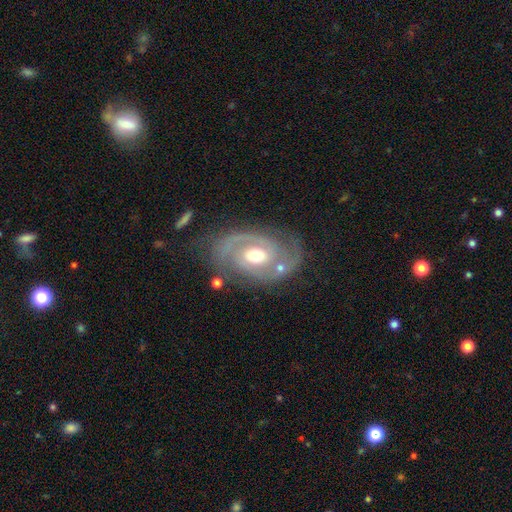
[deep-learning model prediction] Morphology: type=featured or disk (89%); edge-on=no (97%); bar=no (51%); spiral arms=yes (96%); winding=tight (53%); arm count=2 (84%); bulge=moderate (71%); merging=none (71%).